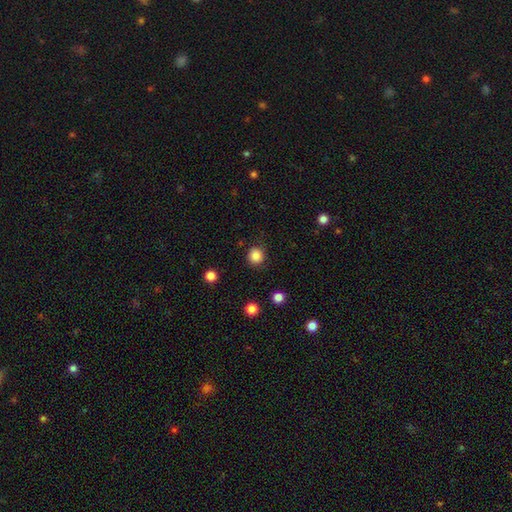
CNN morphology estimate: Smooth or featured?
  - smooth: 85% *
  - star or artifact: 11%
  - featured or disk: 4%
How rounded?
  - round: 93% *
  - in between: 6%
  - cigar-shaped: 1%
Merging?
  - none: 87% *
  - minor disturbance: 9%
  - major disturbance: 3%
  - merger: 1%